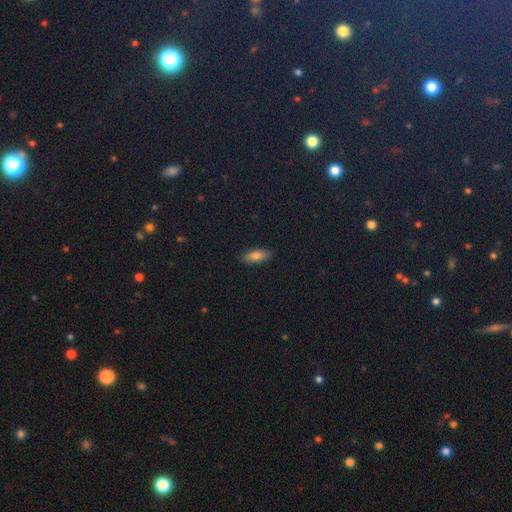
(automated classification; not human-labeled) A smooth galaxy with no disk features (77%) that is in between round and cigar-shaped (68%). Merging: none (88%).